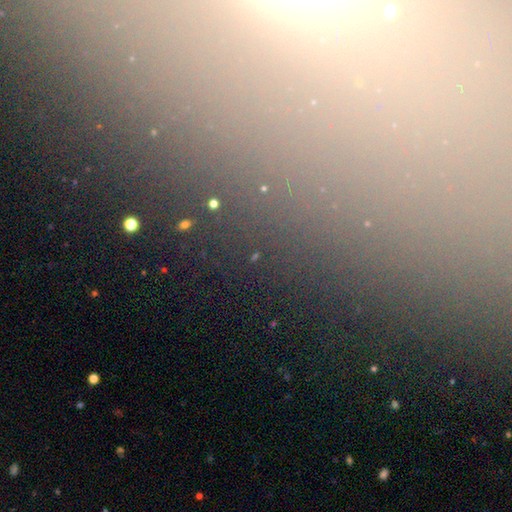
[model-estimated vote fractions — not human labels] star or artifact 65%, smooth 22%, featured or disk 13%.